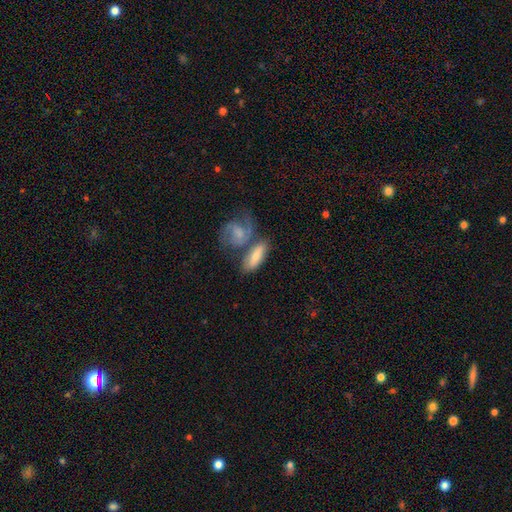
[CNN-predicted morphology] Smooth or featured: smooth — 67% (featured or disk — 27%)
How rounded: in between — 69% (cigar-shaped — 25%)
Merging: none — 44% (merger — 35%)